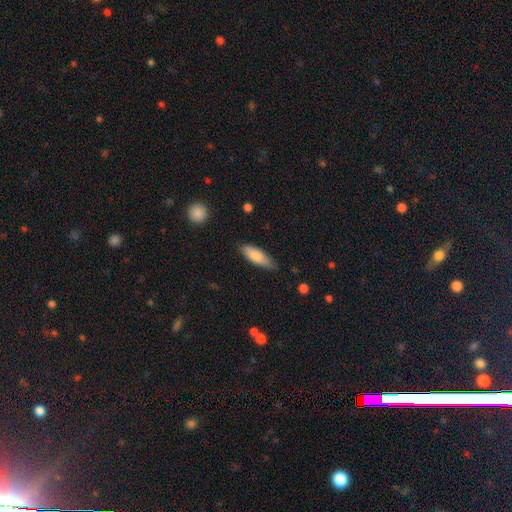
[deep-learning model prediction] smooth-or-featured: smooth: 82% | featured or disk: 12% | star or artifact: 6%
  how-rounded: in between: 58% | cigar-shaped: 40% | round: 2%
  merging: none: 74% | minor disturbance: 21% | major disturbance: 3% | merger: 1%